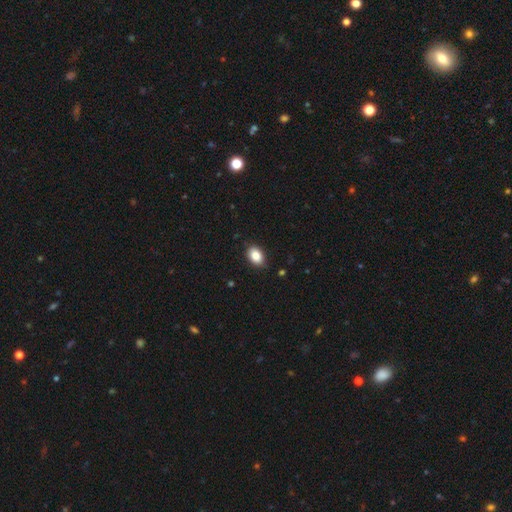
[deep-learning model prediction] A smooth galaxy with no disk features (86%) that is in between round and cigar-shaped (85%).

Vote fractions:
- Smooth or featured? smooth: 86% / star or artifact: 8% / featured or disk: 6%
- How rounded? in between: 85% / round: 14% / cigar-shaped: 1%
- Merging? none: 85% / minor disturbance: 11% / major disturbance: 2% / merger: 1%